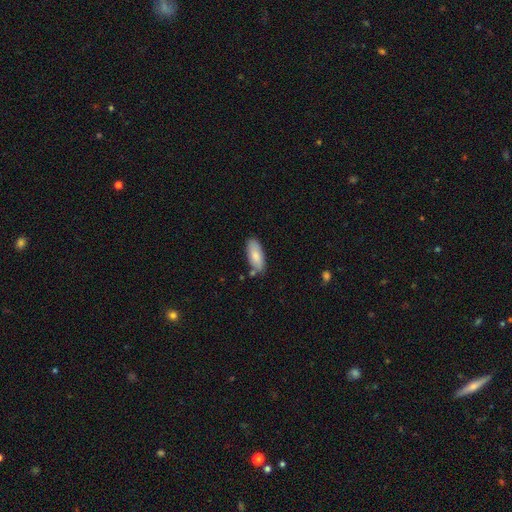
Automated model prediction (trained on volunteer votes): Q: Smooth or featured?
A: smooth (83%); runner-up: featured or disk (11%)
Q: How rounded?
A: in between (82%); runner-up: cigar-shaped (16%)
Q: Merging?
A: none (77%); runner-up: minor disturbance (15%)